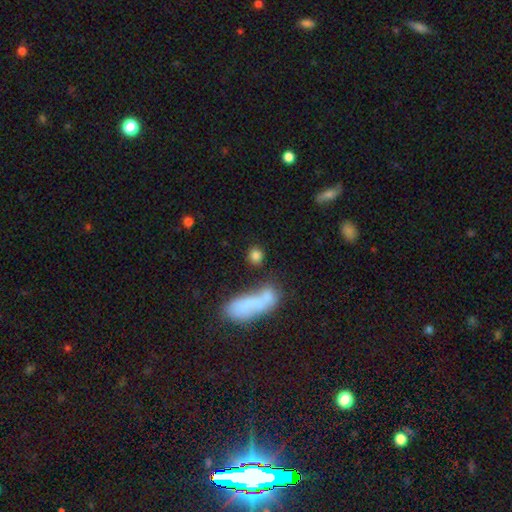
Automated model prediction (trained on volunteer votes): The model was most divided on "how rounded": round: 73%, in between: 22%, cigar-shaped: 5%. More confident: smooth or featured — smooth (83%); merging — none (74%).